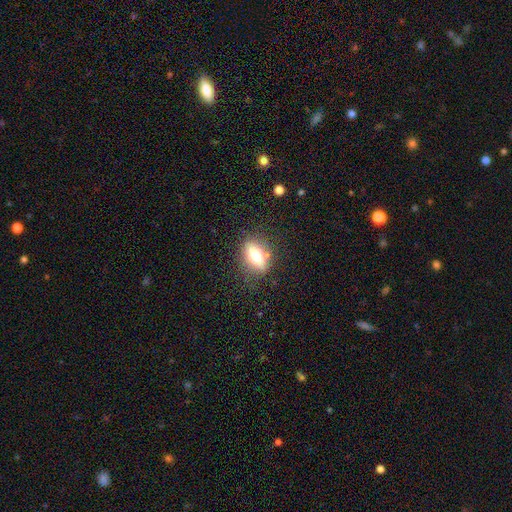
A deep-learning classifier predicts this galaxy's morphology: smooth_or_featured: smooth (p=0.60) [alt: featured or disk p=0.31]
how_rounded: in between (p=0.72) [alt: round p=0.19]
merging: none (p=0.78) [alt: minor disturbance p=0.14]